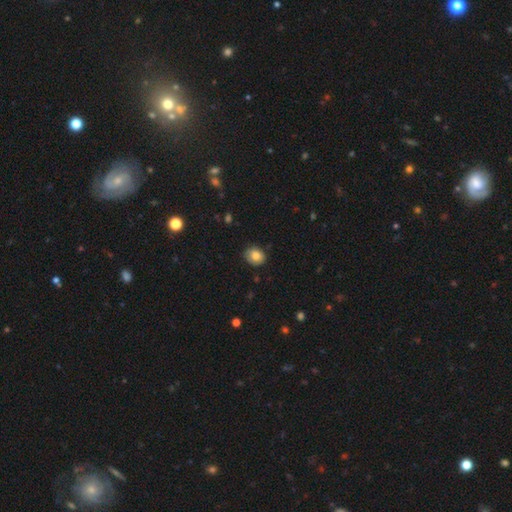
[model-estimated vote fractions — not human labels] Smooth or featured?
  - smooth: 82% *
  - featured or disk: 9%
  - star or artifact: 9%
How rounded?
  - round: 54% *
  - in between: 45%
  - cigar-shaped: 1%
Merging?
  - none: 83% *
  - minor disturbance: 14%
  - major disturbance: 2%
  - merger: 1%